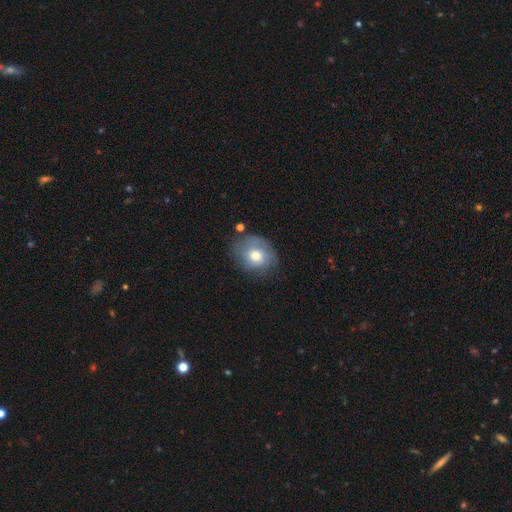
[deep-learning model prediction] Overall: smooth (56%; featured or disk 36%). How rounded: round (57%; in between 42%). Merging: none (67%).